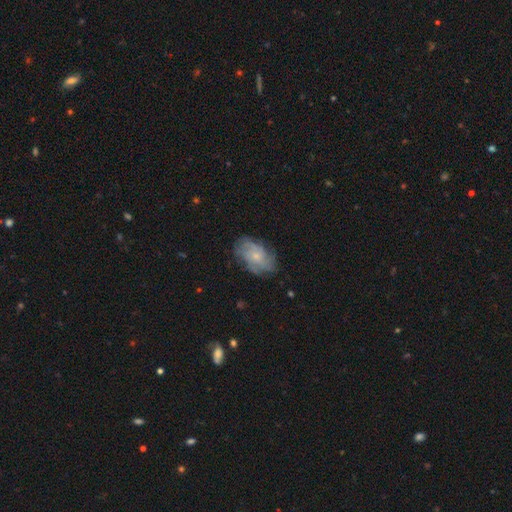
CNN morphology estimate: A featured or disk galaxy (61%) with no bar (80%), spiral arms (81%) and a small central bulge (69%).

Vote fractions:
- Smooth or featured? featured or disk: 61% / smooth: 31% / star or artifact: 8%
- Edge-on disk? no: 96% / yes: 4%
- Bar? no: 80% / weak: 17% / strong: 2%
- Spiral arms? yes: 81% / no: 19%
- Bulge size? small: 69% / moderate: 24% / none: 4% / large: 1% / dominant: 1%
- Merging? none: 72% / minor disturbance: 20% / major disturbance: 7% / merger: 1%